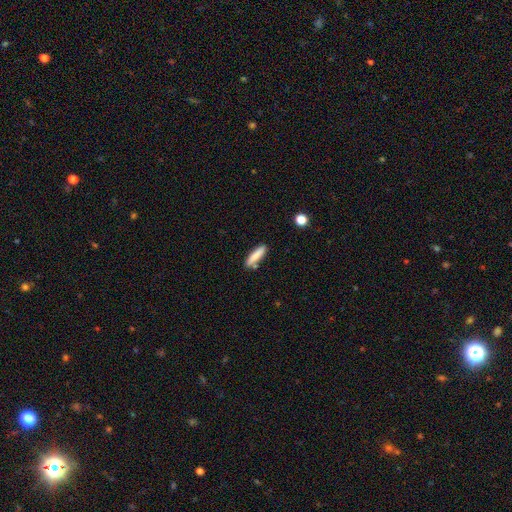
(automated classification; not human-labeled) Smooth or featured: smooth — 81% (featured or disk — 13%)
How rounded: cigar-shaped — 78% (in between — 20%)
Merging: none — 78% (minor disturbance — 13%)